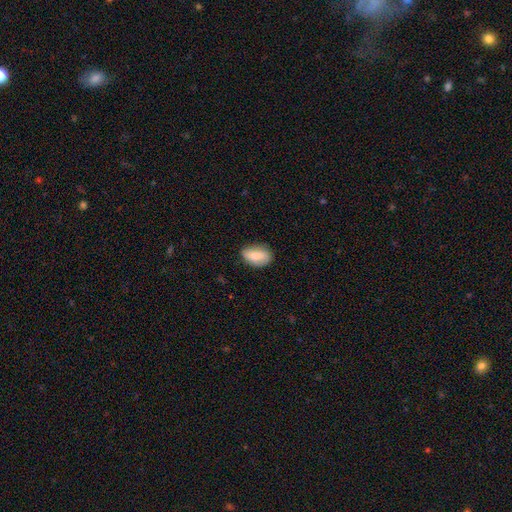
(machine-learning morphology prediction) A smooth galaxy with no disk features (72%) that is in between round and cigar-shaped (87%). Merging: none (77%).